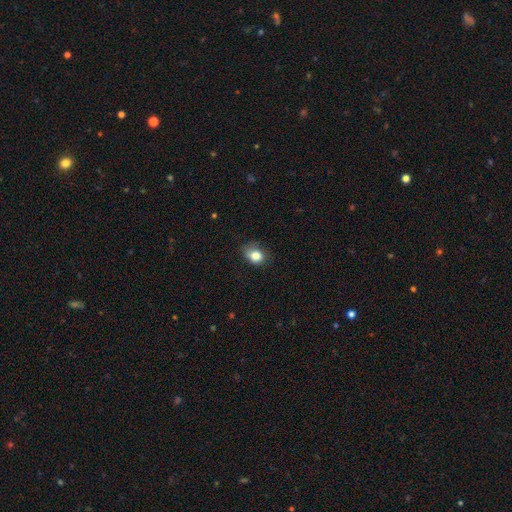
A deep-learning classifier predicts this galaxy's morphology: smooth_or_featured: smooth (p=0.83) [alt: star or artifact p=0.10]
how_rounded: in between (p=0.61) [alt: round p=0.38]
merging: none (p=0.63) [alt: minor disturbance p=0.28]